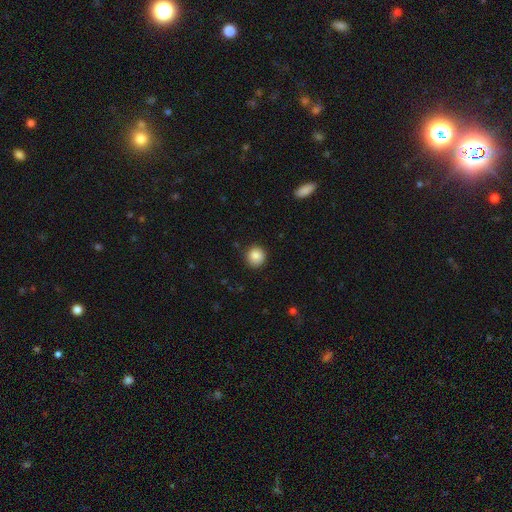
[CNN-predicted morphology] smooth 86%, star or artifact 9%, featured or disk 5%. Down the decision tree: how rounded — round (90%); merging — none (88%).